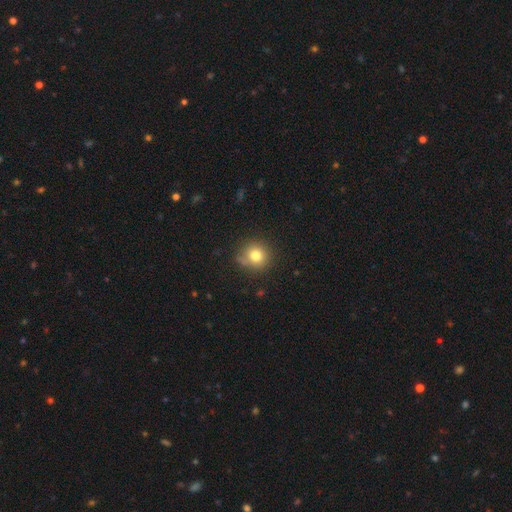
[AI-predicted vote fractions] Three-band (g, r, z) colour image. It shows a smooth galaxy with no disk features (79%) that is round (91%). Merging: none (77%).